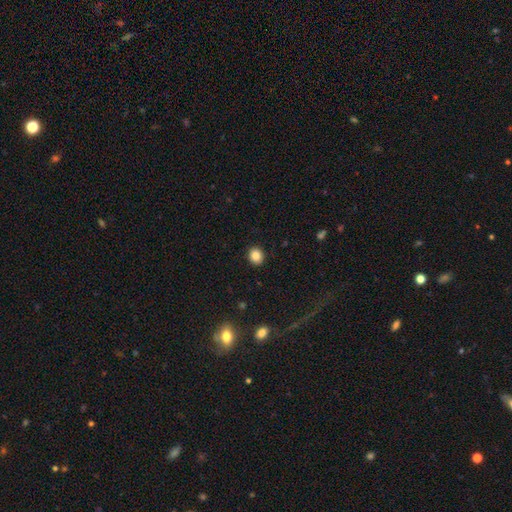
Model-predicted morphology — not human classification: Smooth or featured? smooth (86%)
How rounded? round (69%)
Merging? none (91%)